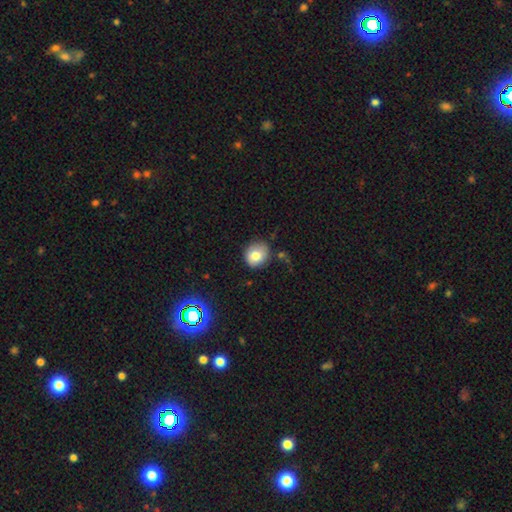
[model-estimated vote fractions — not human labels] Smooth or featured? Predicted: smooth (p=0.79). How rounded? Predicted: round (p=0.78). Merging? Predicted: none (p=0.76).